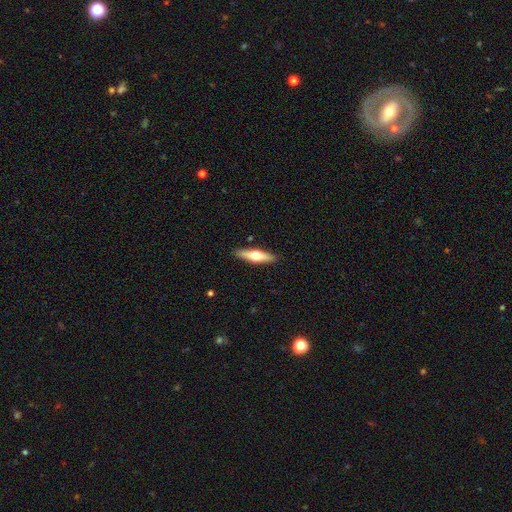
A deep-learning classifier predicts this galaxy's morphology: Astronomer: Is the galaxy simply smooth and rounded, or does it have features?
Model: smooth — 48% (runner-up: featured or disk, 47%).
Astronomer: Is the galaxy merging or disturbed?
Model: none — 90%.